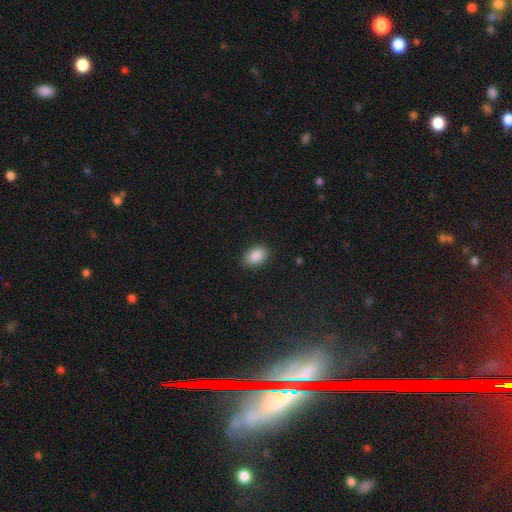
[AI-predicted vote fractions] Smooth or featured: smooth — 89% (star or artifact — 7%)
How rounded: in between — 87% (round — 12%)
Merging: none — 85% (minor disturbance — 11%)